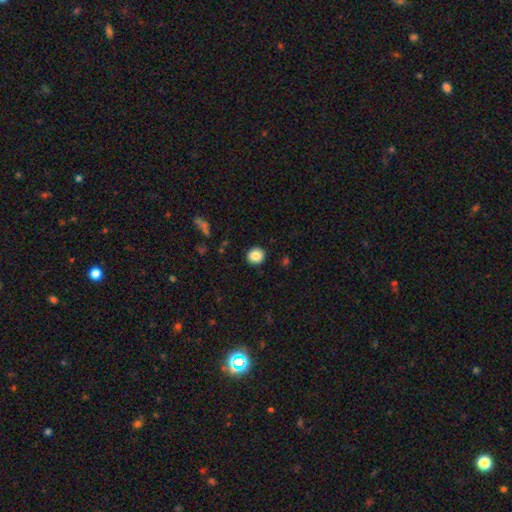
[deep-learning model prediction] A smooth galaxy with no disk features (85%) that is round (91%). Merging: none (91%).